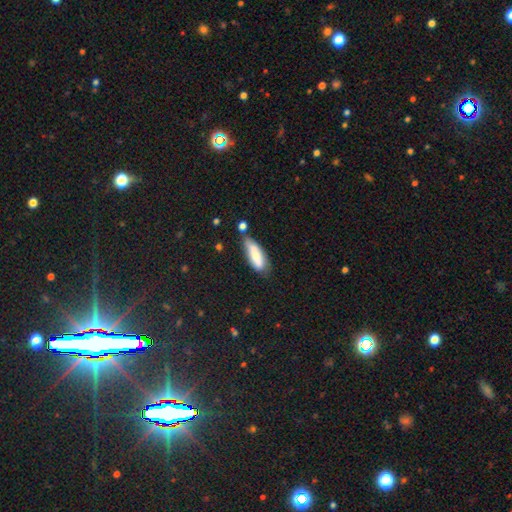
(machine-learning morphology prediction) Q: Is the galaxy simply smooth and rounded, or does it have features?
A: smooth — 73%.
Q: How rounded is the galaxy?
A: in between — 55%.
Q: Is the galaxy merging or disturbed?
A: none — 57%.